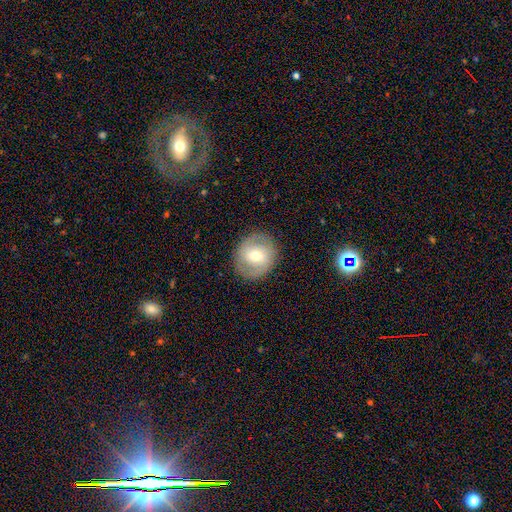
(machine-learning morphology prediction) The model was most divided on "smooth or featured": featured or disk: 48%, smooth: 44%, star or artifact: 8%. More confident: merging — none (86%).